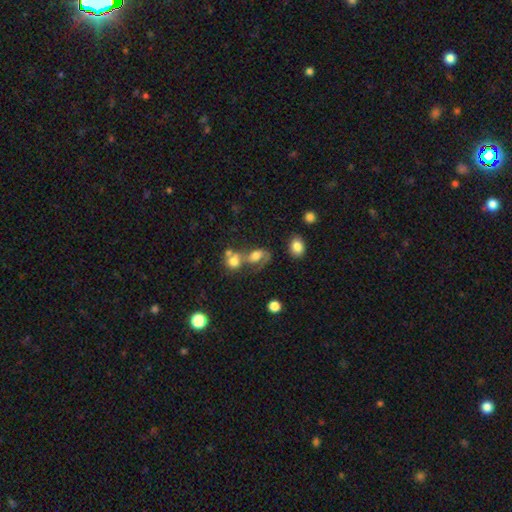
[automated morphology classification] Smooth or featured? smooth (49%)
Merging? merger (51%)